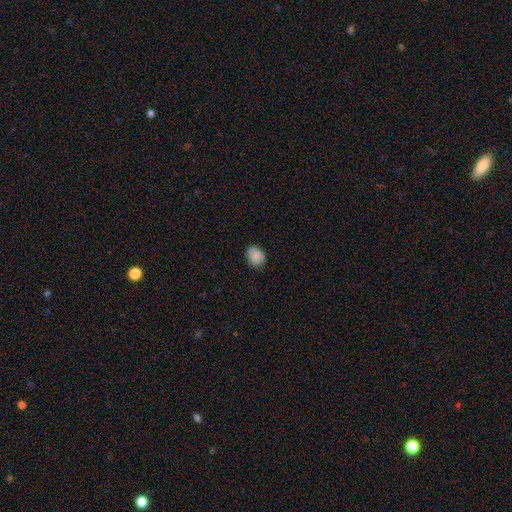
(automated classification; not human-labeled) smooth_or_featured: smooth (p=0.88) [alt: star or artifact p=0.08]
how_rounded: in between (p=0.50) [alt: round p=0.49]
merging: none (p=0.82) [alt: minor disturbance p=0.14]